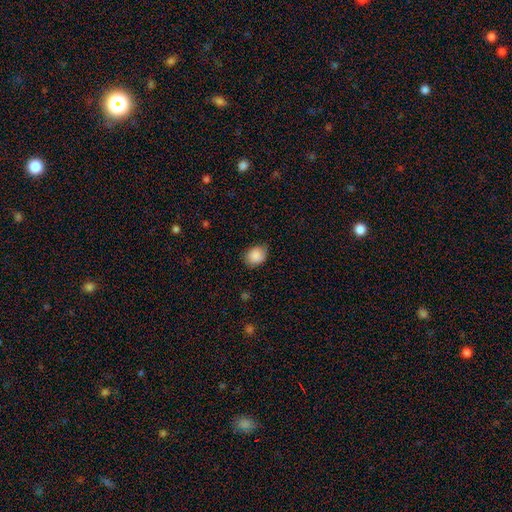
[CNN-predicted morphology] Smooth or featured? Predicted: smooth (p=0.88). How rounded? Predicted: in between (p=0.52). Merging? Predicted: none (p=0.74).